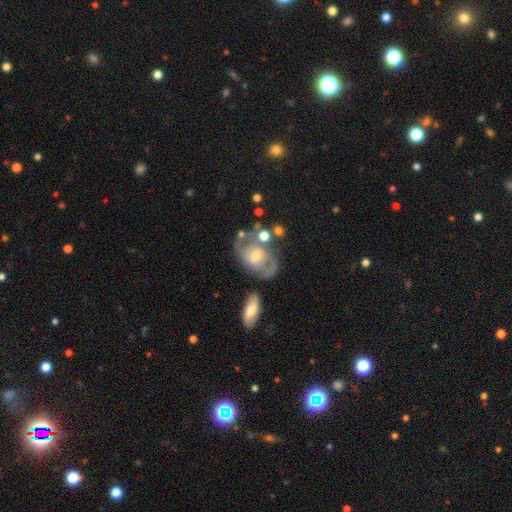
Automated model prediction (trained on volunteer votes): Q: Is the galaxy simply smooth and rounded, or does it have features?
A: featured or disk — 73%.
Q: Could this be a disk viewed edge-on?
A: no — 96%.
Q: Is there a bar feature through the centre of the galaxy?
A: no — 64%.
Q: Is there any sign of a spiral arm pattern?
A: yes — 77%.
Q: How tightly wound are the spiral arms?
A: medium — 43%.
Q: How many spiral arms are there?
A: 2 — 60%.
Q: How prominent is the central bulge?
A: moderate — 54%.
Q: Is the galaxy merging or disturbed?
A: none — 51%.